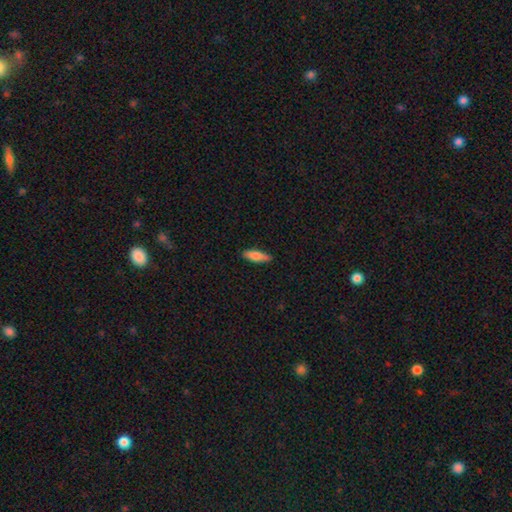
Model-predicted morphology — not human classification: The model was most divided on "how rounded": cigar-shaped: 50%, in between: 48%, round: 2%. More confident: merging — none (85%); smooth or featured — smooth (79%).